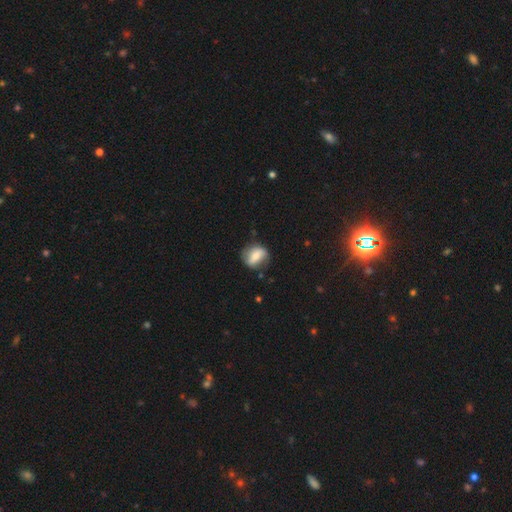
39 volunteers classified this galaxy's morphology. A smooth galaxy with no disk features (59%) that is round (65%). Merging: none (74%).